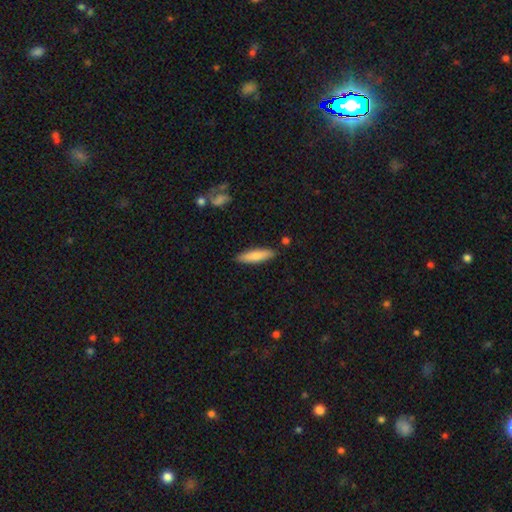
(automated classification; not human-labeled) The model was most divided on "how rounded": cigar-shaped: 70%, in between: 29%, round: 2%. More confident: merging — none (87%); smooth or featured — smooth (77%).